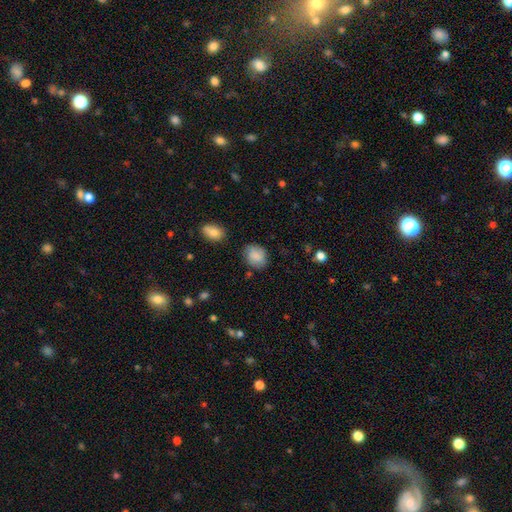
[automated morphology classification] Smooth or featured? smooth (82%)
How rounded? round (50%)
Merging? none (75%)